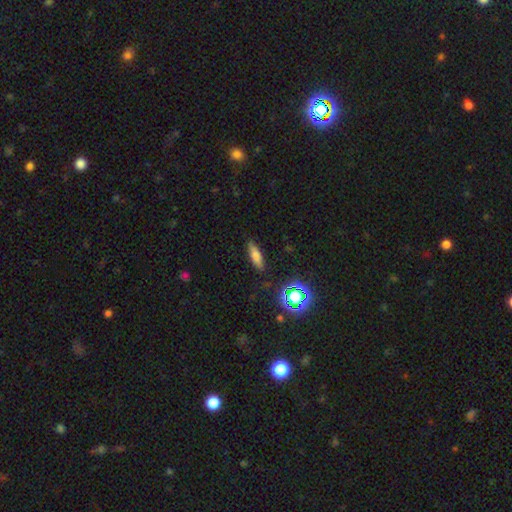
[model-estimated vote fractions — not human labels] This appears to be a smooth galaxy with no disk features (71%) that is cigar-shaped (50%). Merging: none (85%).